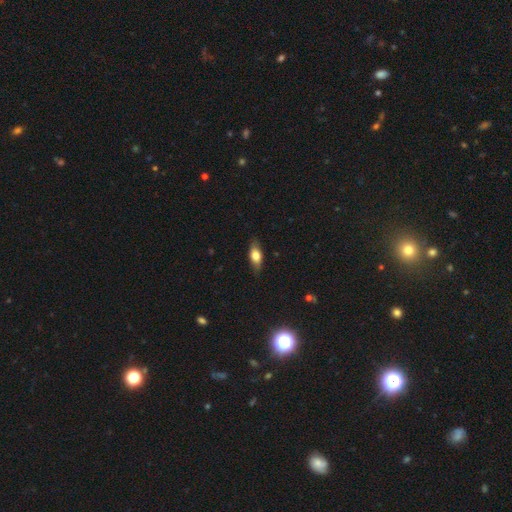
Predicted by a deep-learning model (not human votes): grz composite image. It shows a smooth galaxy with no disk features (68%) that is in between round and cigar-shaped (78%). Merging: none (82%).